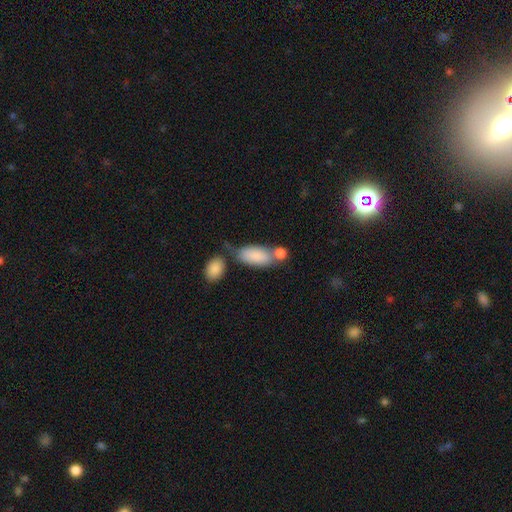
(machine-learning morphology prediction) smooth_or_featured: smooth (p=0.85) [alt: featured or disk p=0.09]
how_rounded: in between (p=0.89) [alt: cigar-shaped p=0.08]
merging: none (p=0.40) [alt: merger p=0.35]